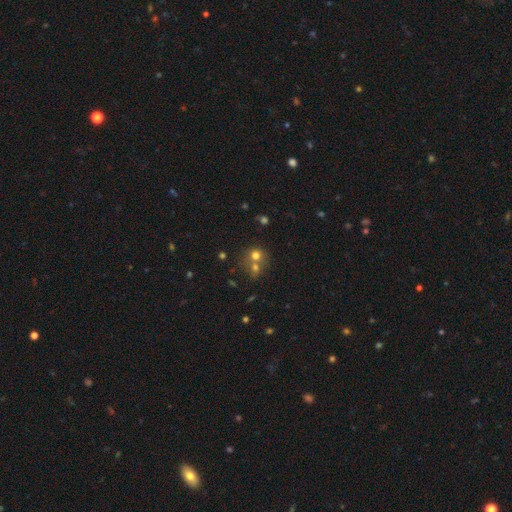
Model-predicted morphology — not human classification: type=smooth (68%); roundness=round (81%); merging=merger (52%).